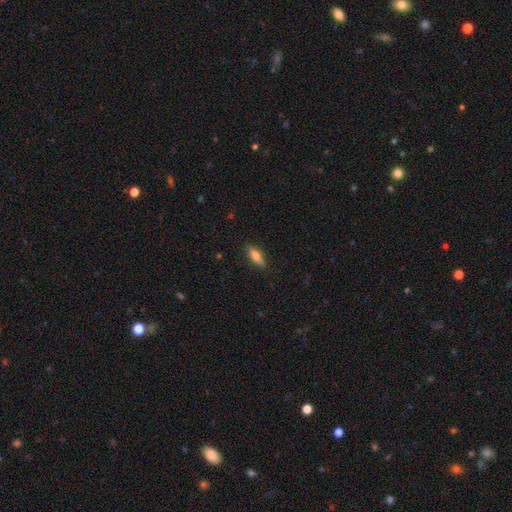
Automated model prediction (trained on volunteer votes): Smooth or featured? smooth (71%)
How rounded? in between (53%)
Merging? none (86%)